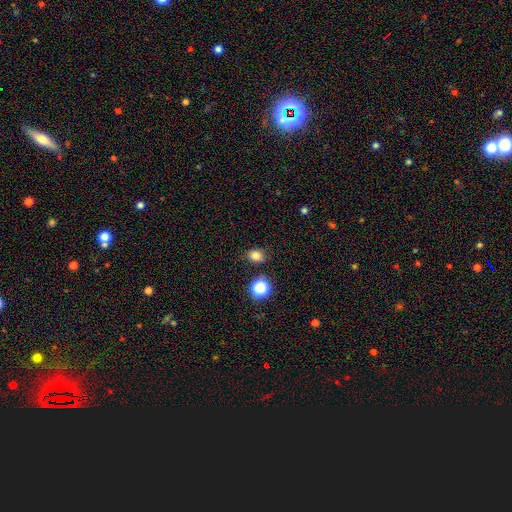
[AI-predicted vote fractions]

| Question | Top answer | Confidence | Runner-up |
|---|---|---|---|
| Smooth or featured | smooth | 80% | star or artifact (15%) |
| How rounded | round | 55% | in between (44%) |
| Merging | none | 83% | minor disturbance (10%) |